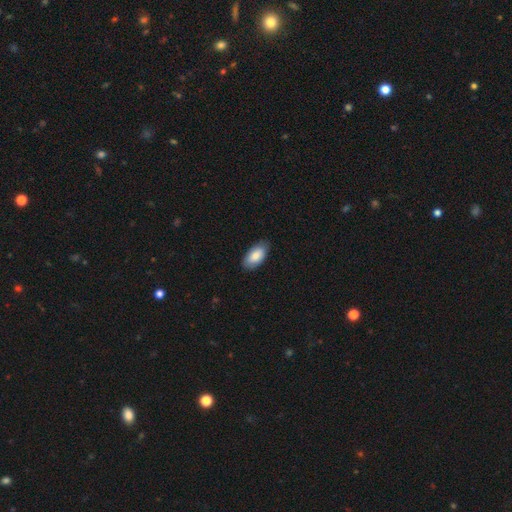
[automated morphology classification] Smooth or featured?
  - smooth: 85% *
  - featured or disk: 9%
  - star or artifact: 6%
How rounded?
  - in between: 94% *
  - cigar-shaped: 3%
  - round: 2%
Merging?
  - none: 85% *
  - minor disturbance: 12%
  - major disturbance: 2%
  - merger: 1%